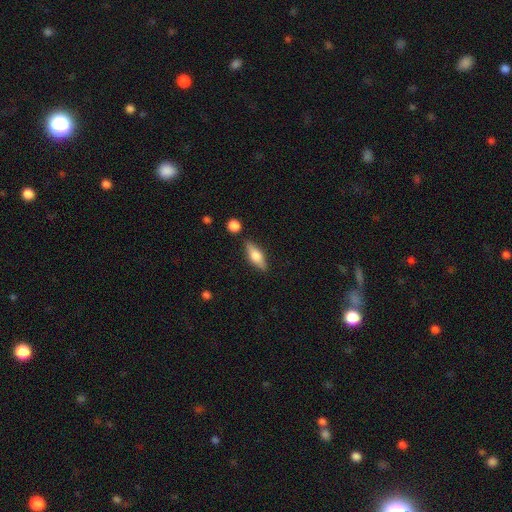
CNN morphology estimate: This is possibly a smooth galaxy (59%). How rounded: likely in between (61%). Merging: clearly none (82%).